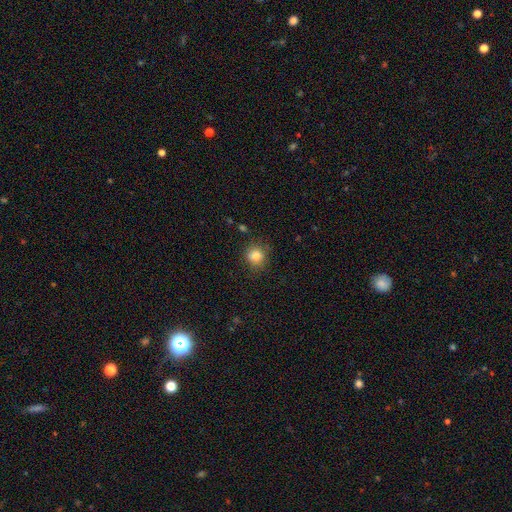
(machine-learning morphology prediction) Smooth or featured? Predicted: smooth (p=0.84). How rounded? Predicted: round (p=0.83). Merging? Predicted: none (p=0.80).